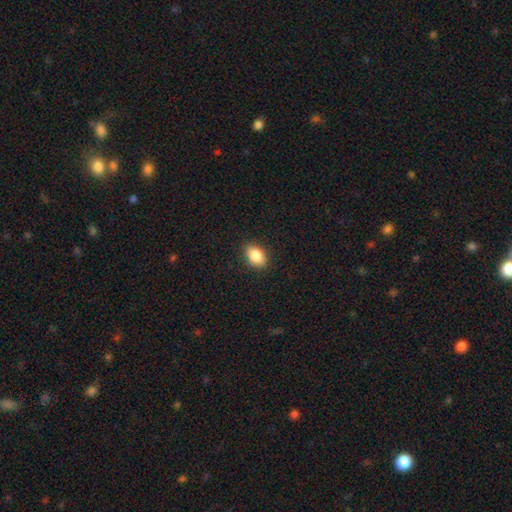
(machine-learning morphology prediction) Smooth or featured? Predicted: smooth (p=0.87). How rounded? Predicted: in between (p=0.85). Merging? Predicted: none (p=0.88).